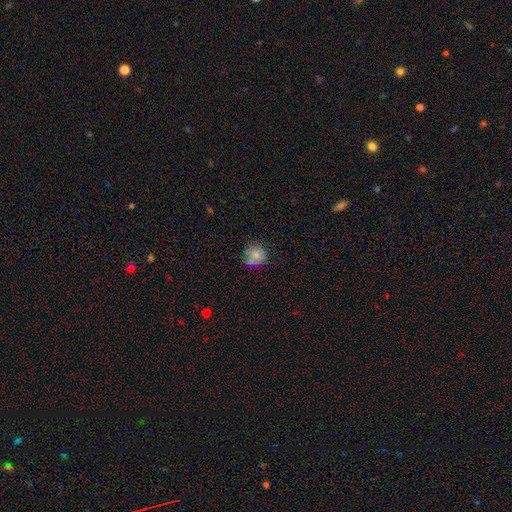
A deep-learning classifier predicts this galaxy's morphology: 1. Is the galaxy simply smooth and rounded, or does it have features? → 73% smooth, 16% featured or disk, 11% star or artifact.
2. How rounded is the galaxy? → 83% round, 16% in between, 1% cigar-shaped.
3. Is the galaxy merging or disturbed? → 69% none, 22% minor disturbance, 6% major disturbance, 3% merger.